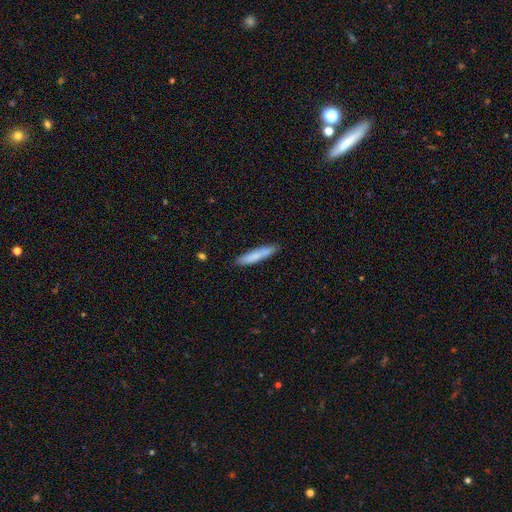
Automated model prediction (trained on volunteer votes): Morphology: type=smooth (79%); roundness=cigar-shaped (88%); merging=none (85%).